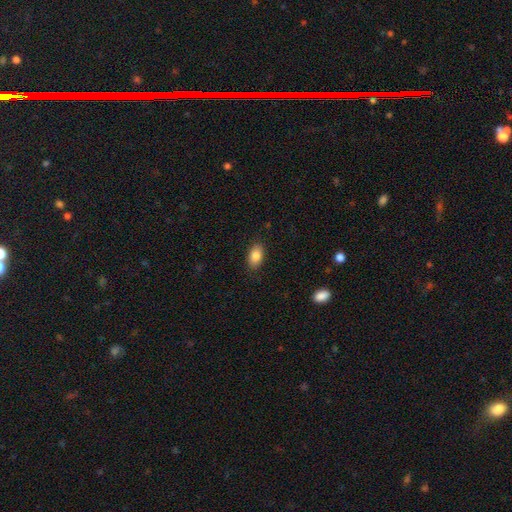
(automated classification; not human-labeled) Morphology: type=smooth (85%); roundness=in between (90%); merging=none (86%).